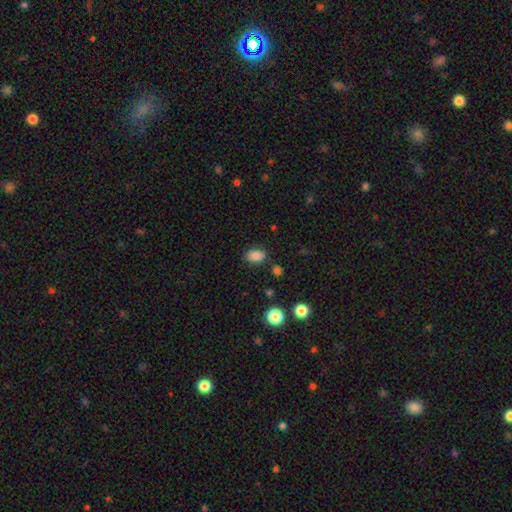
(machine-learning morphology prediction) A smooth galaxy with no disk features (85%) that is in between round and cigar-shaped (82%). Merging: none (83%).